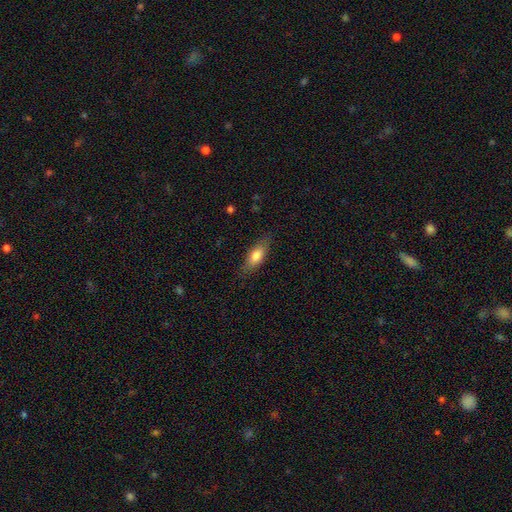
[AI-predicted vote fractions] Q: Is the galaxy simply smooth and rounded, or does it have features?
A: smooth — 74%.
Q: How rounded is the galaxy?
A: in between — 70%.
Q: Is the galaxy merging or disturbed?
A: none — 81%.